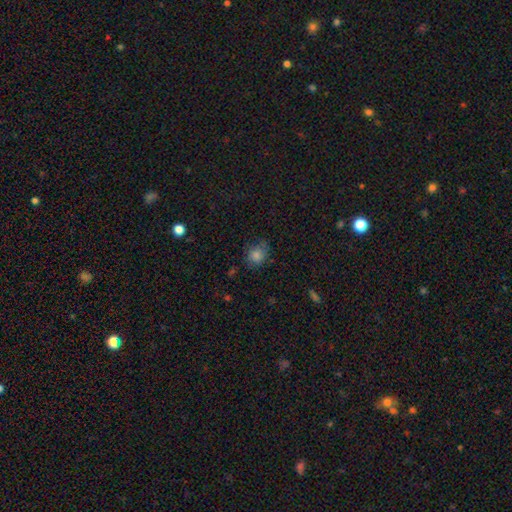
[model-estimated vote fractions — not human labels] Smooth or featured?
  - smooth: 79% *
  - star or artifact: 12%
  - featured or disk: 8%
How rounded?
  - round: 69% *
  - in between: 30%
  - cigar-shaped: 1%
Merging?
  - none: 64% *
  - minor disturbance: 26%
  - major disturbance: 9%
  - merger: 2%